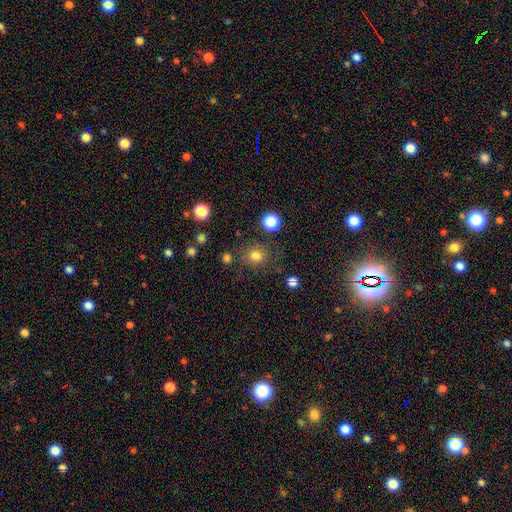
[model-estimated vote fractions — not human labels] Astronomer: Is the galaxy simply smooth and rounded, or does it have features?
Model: smooth — 78%.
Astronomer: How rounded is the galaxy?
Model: round — 72%.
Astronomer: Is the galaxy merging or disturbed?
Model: none — 74%.